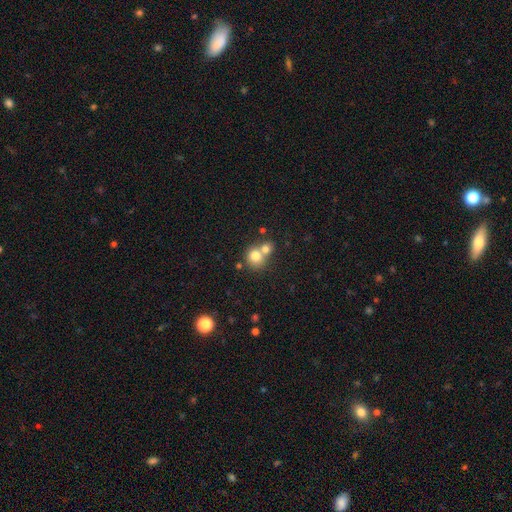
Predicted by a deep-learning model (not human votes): A smooth galaxy with no disk features (77%) that is round (80%). Merging: merger (54%).